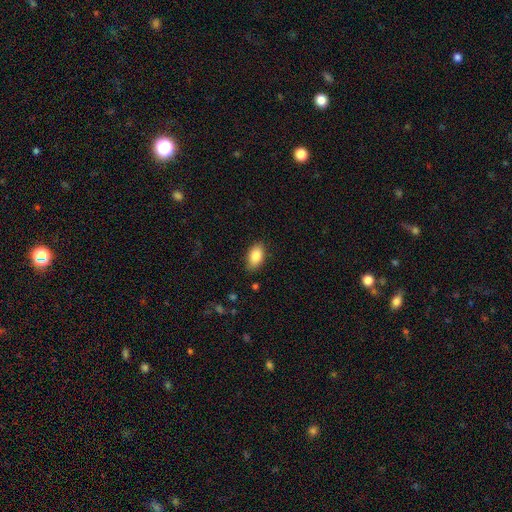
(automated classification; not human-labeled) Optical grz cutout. It shows a smooth galaxy with no disk features (86%) that is in between round and cigar-shaped (92%). Merging: none (83%).